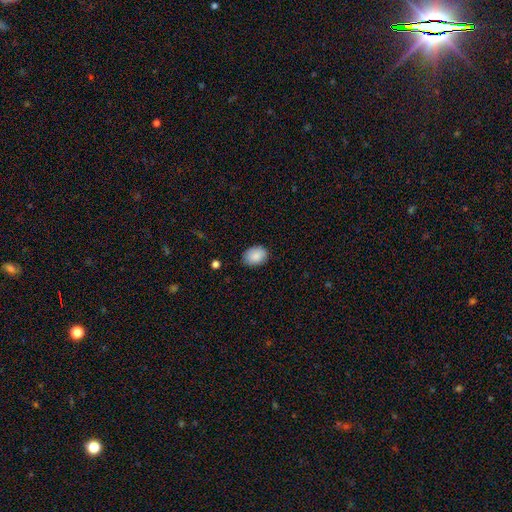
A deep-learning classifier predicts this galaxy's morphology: smooth 88%, star or artifact 7%, featured or disk 5%. Down the decision tree: how rounded — in between (71%); merging — none (82%).